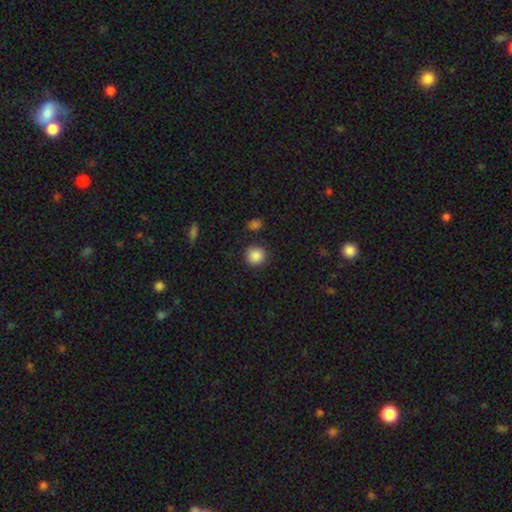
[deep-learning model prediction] Overall: smooth (88%). How rounded: round (92%). Merging: none (88%).